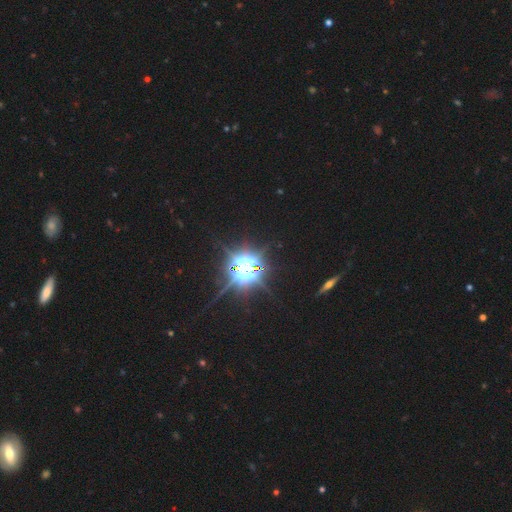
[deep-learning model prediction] star or artifact 85%, smooth 10%, featured or disk 5%.